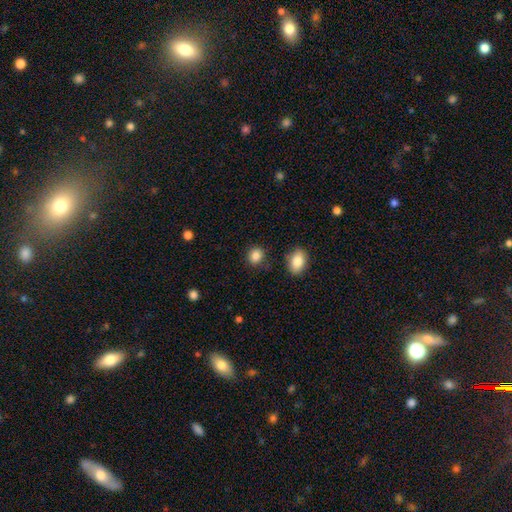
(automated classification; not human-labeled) smooth-or-featured: smooth: 86% | star or artifact: 10% | featured or disk: 4%
  how-rounded: round: 71% | in between: 28% | cigar-shaped: 1%
  merging: none: 80% | minor disturbance: 12% | merger: 4% | major disturbance: 3%